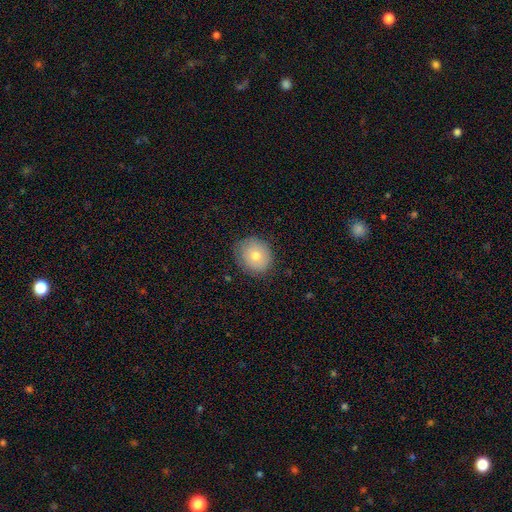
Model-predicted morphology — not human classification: Q: Smooth or featured?
A: smooth (75%); runner-up: featured or disk (16%)
Q: How rounded?
A: round (80%); runner-up: in between (19%)
Q: Merging?
A: none (81%); runner-up: minor disturbance (15%)